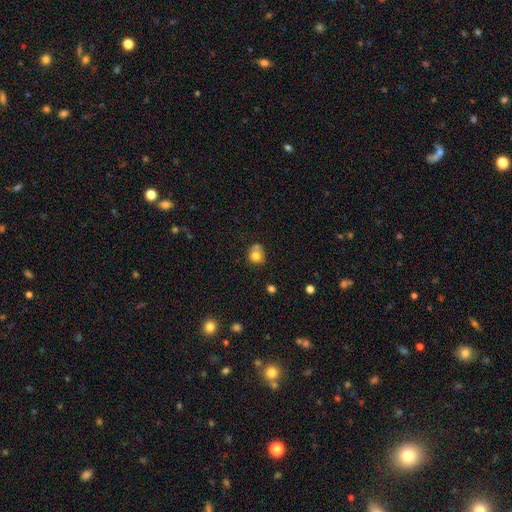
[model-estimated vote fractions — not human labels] Smooth or featured? smooth (75%)
How rounded? round (74%)
Merging? none (52%)